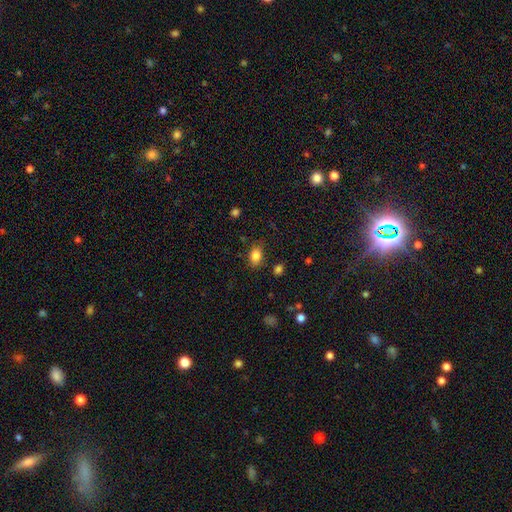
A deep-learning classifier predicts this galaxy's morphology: smooth_or_featured: smooth (p=0.84) [alt: star or artifact p=0.09]
how_rounded: in between (p=0.81) [alt: round p=0.18]
merging: none (p=0.80) [alt: minor disturbance p=0.14]